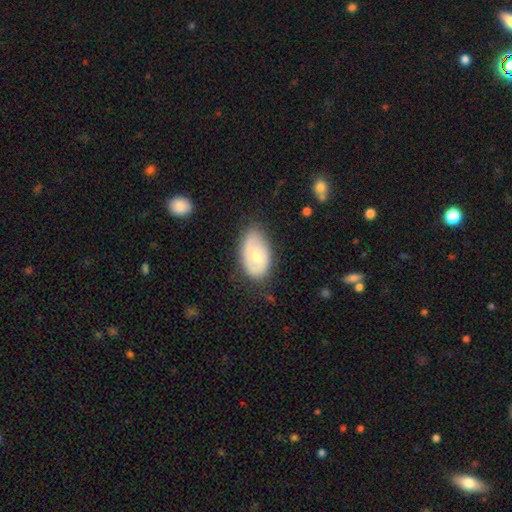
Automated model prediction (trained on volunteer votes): Q: Smooth or featured?
A: smooth (53%); runner-up: featured or disk (41%)
Q: How rounded?
A: in between (91%); runner-up: round (7%)
Q: Merging?
A: none (73%); runner-up: minor disturbance (21%)